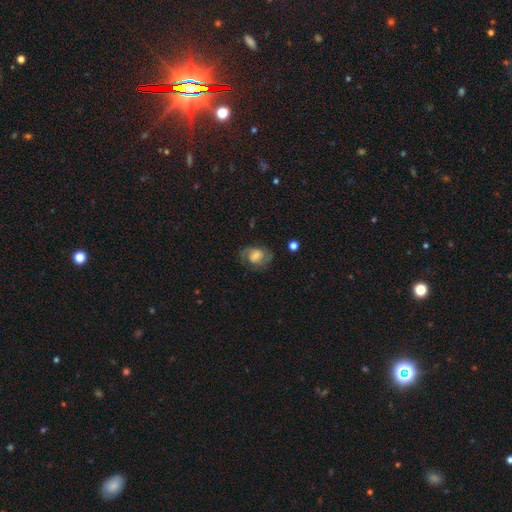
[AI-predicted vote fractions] Smooth or featured: featured or disk — 55% (smooth — 36%)
Edge-on disk: no — 97% (yes — 3%)
Bar: no — 47% (weak — 41%)
Spiral arms: yes — 83% (no — 17%)
Bulge size: moderate — 29% (small — 26%)
Merging: none — 65% (minor disturbance — 20%)